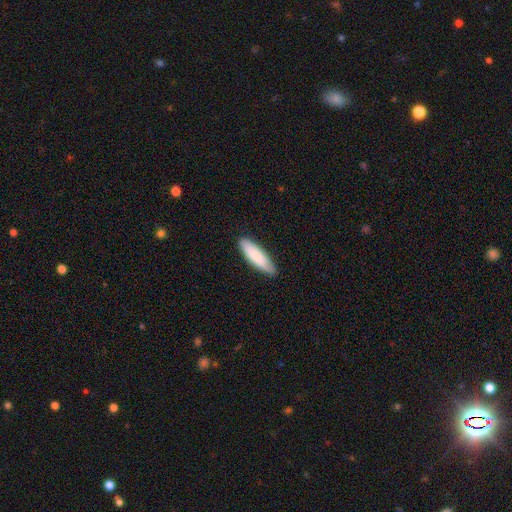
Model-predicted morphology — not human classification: A smooth galaxy with no disk features (81%) that is cigar-shaped (57%). Merging: none (86%).